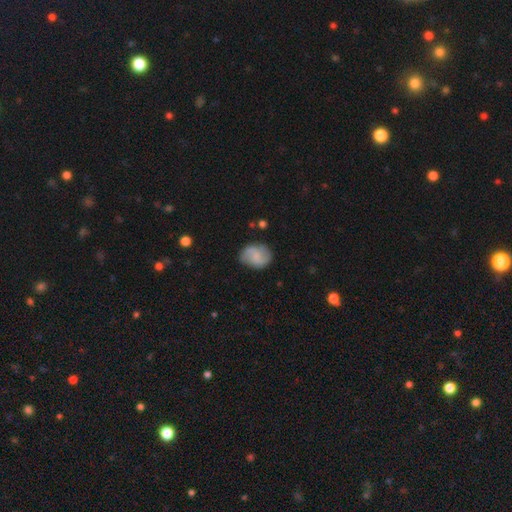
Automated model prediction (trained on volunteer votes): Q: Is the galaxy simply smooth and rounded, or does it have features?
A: featured or disk — 53%.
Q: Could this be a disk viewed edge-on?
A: no — 97%.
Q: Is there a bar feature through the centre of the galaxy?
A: no — 50%.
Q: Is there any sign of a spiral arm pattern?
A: yes — 90%.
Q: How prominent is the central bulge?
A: small — 43%.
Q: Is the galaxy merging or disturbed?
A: none — 75%.